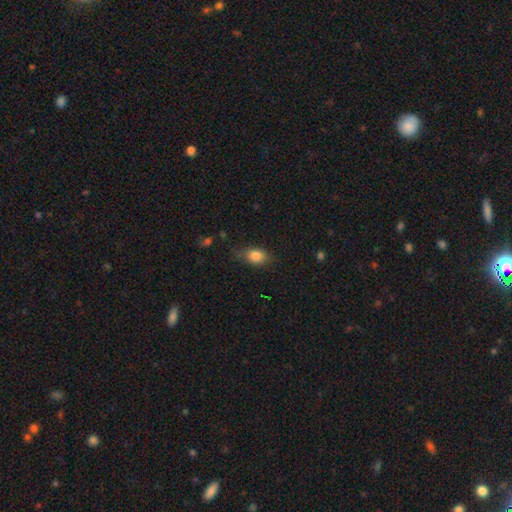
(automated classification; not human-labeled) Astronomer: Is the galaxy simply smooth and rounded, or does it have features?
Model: smooth — 84%.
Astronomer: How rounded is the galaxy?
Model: in between — 79%.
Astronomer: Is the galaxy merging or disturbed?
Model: none — 70%.